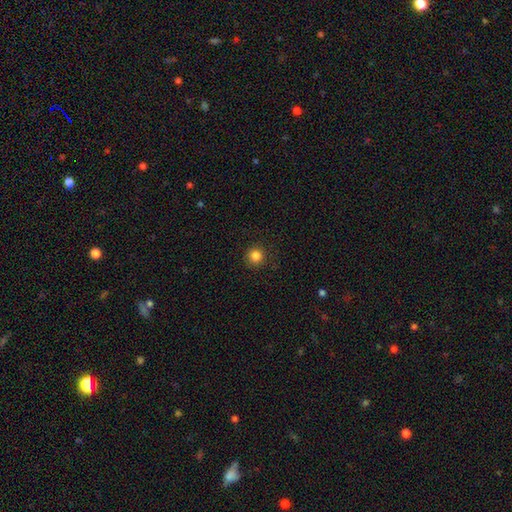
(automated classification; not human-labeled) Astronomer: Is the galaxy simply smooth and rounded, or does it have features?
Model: smooth — 84%.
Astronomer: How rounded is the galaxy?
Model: round — 95%.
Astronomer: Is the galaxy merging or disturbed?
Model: none — 90%.